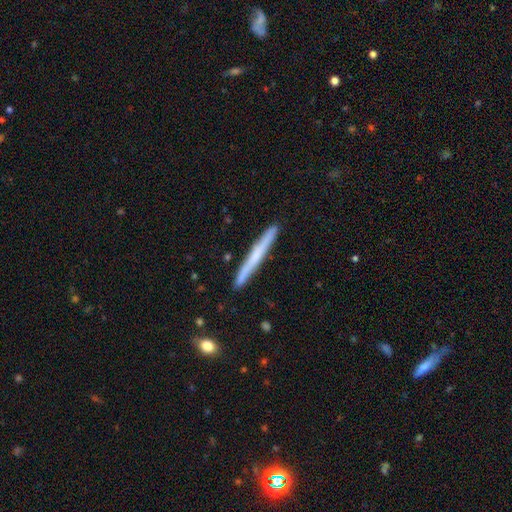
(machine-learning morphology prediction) This appears to be a smooth galaxy with no disk features (49%). Merging: none (90%).